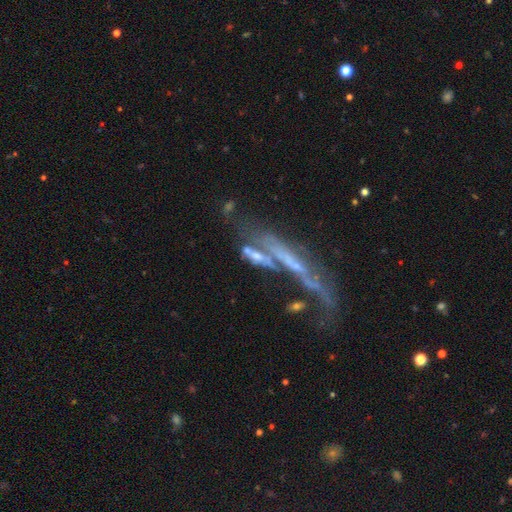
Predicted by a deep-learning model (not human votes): This appears to be a featured or disk galaxy (51%). Merging: merger (44%).